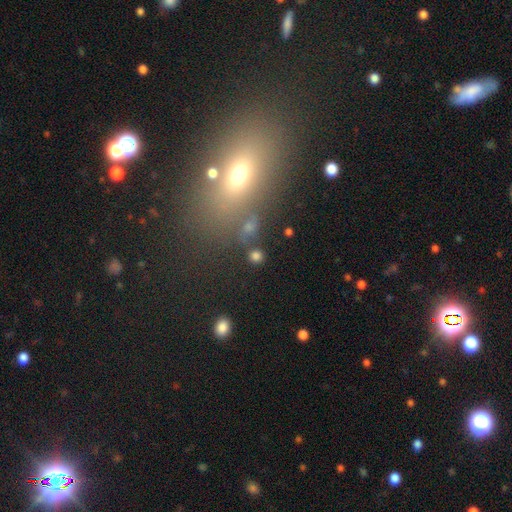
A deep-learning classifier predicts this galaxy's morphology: Smooth or featured: smooth — 78% (star or artifact — 15%)
How rounded: round — 89% (in between — 9%)
Merging: none — 80% (minor disturbance — 8%)